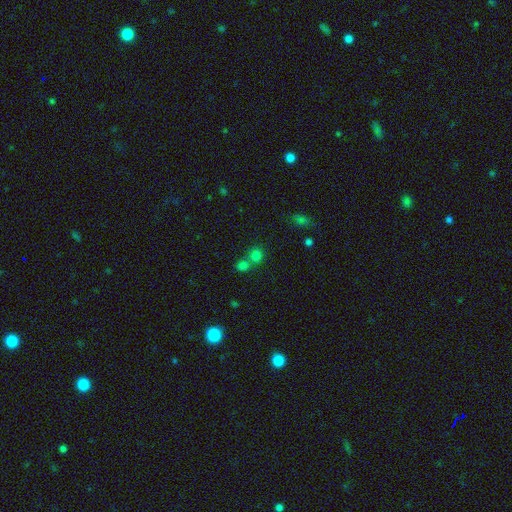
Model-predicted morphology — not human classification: smooth-or-featured: smooth: 75% | star or artifact: 19% | featured or disk: 7%
  how-rounded: round: 83% | in between: 16% | cigar-shaped: 1%
  merging: none: 52% | merger: 39% | minor disturbance: 6% | major disturbance: 3%